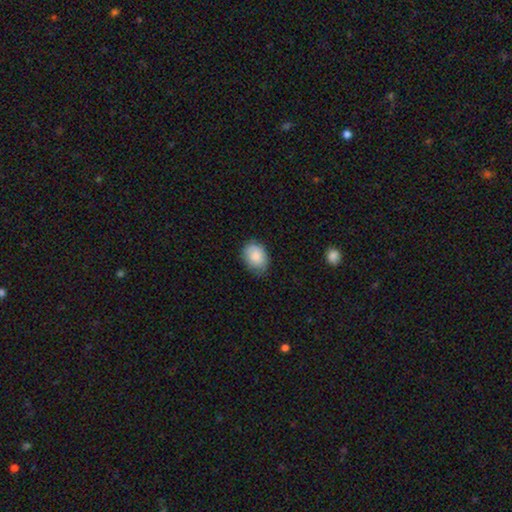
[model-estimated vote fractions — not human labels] A smooth galaxy with no disk features (87%) that is in between round and cigar-shaped (70%). Merging: none (74%).